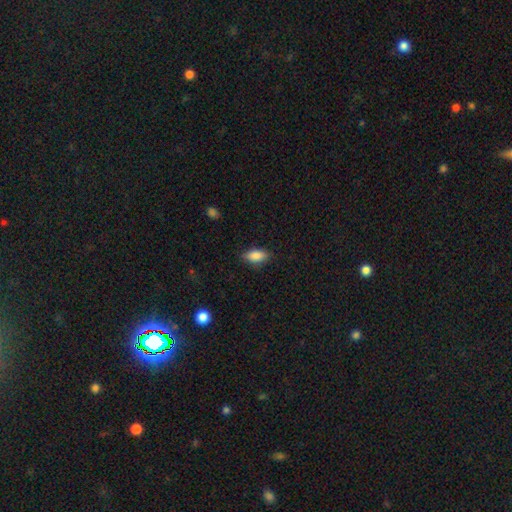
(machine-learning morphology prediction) This appears to be a smooth galaxy with no disk features (87%) that is in between round and cigar-shaped (89%). Merging: none (82%).